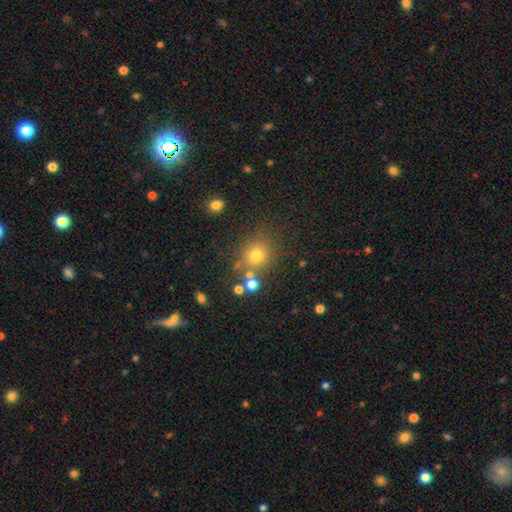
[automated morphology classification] smooth_or_featured: smooth (p=0.70) [alt: star or artifact p=0.19]
how_rounded: round (p=0.84) [alt: in between p=0.15]
merging: none (p=0.71) [alt: minor disturbance p=0.12]